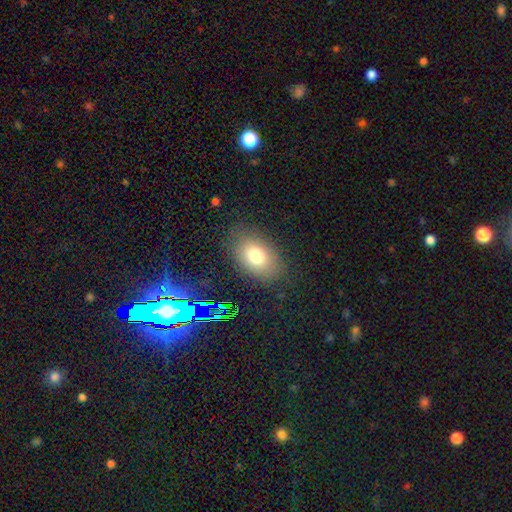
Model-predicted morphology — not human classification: This appears to be a smooth galaxy with no disk features (74%) that is in between round and cigar-shaped (81%). Merging: none (80%).